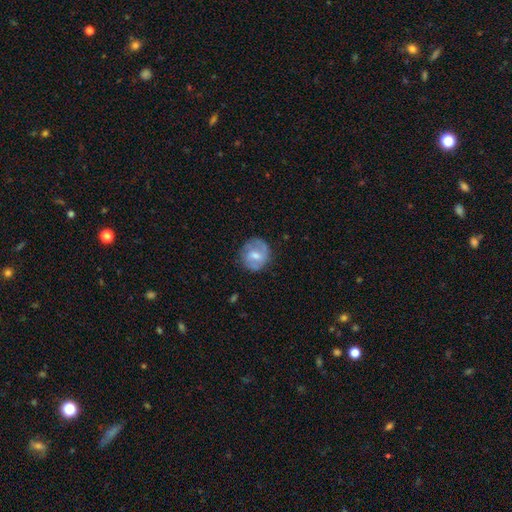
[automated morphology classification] Smooth or featured? Predicted: featured or disk (p=0.55). Edge-on disk? Predicted: no (p=0.97). Bar? Predicted: weak (p=0.55). Spiral arms? Predicted: yes (p=0.78). Bulge size? Predicted: moderate (p=0.56). Merging? Predicted: none (p=0.76).